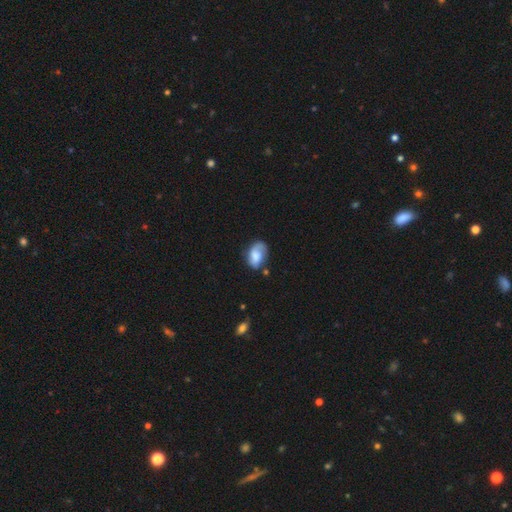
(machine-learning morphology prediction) Q: Smooth or featured?
A: smooth (51%); runner-up: featured or disk (40%)
Q: How rounded?
A: in between (84%); runner-up: round (14%)
Q: Merging?
A: none (52%); runner-up: minor disturbance (30%)